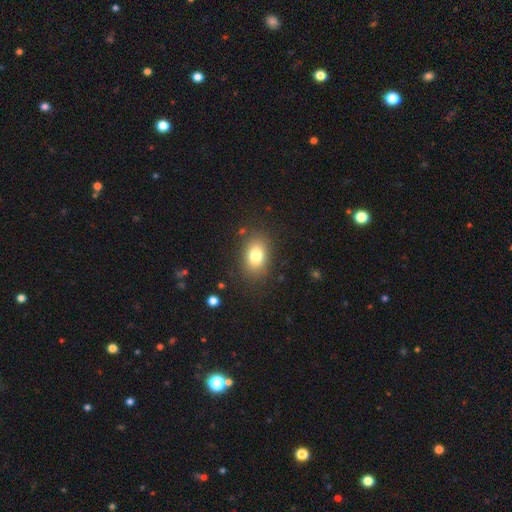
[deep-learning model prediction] Q: Smooth or featured?
A: smooth (78%); runner-up: featured or disk (11%)
Q: How rounded?
A: in between (74%); runner-up: round (25%)
Q: Merging?
A: none (84%); runner-up: minor disturbance (11%)